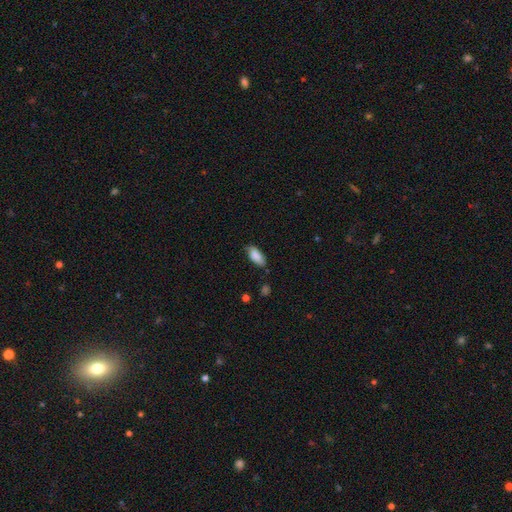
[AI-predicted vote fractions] smooth_or_featured: smooth (p=0.87) [alt: featured or disk p=0.06]
how_rounded: in between (p=0.86) [alt: cigar-shaped p=0.12]
merging: none (p=0.73) [alt: minor disturbance p=0.21]